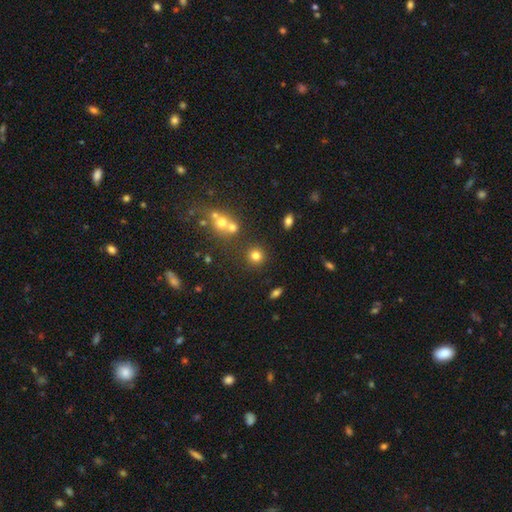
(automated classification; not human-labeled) Smooth or featured?
  - smooth: 77% *
  - star or artifact: 15%
  - featured or disk: 8%
How rounded?
  - round: 90% *
  - in between: 9%
  - cigar-shaped: 1%
Merging?
  - none: 81% *
  - merger: 8%
  - minor disturbance: 7%
  - major disturbance: 3%